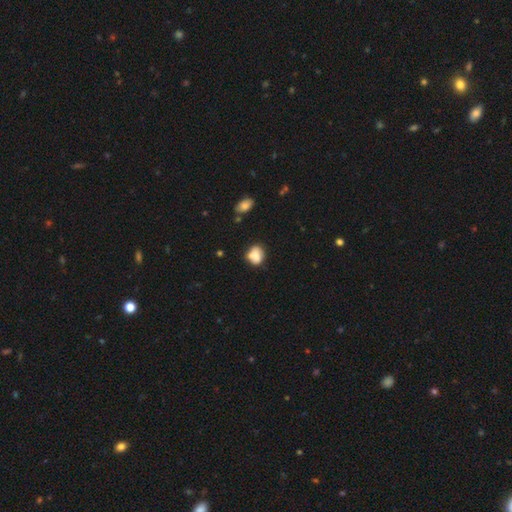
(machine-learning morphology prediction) Smooth or featured? smooth (76%)
How rounded? round (56%)
Merging? none (57%)